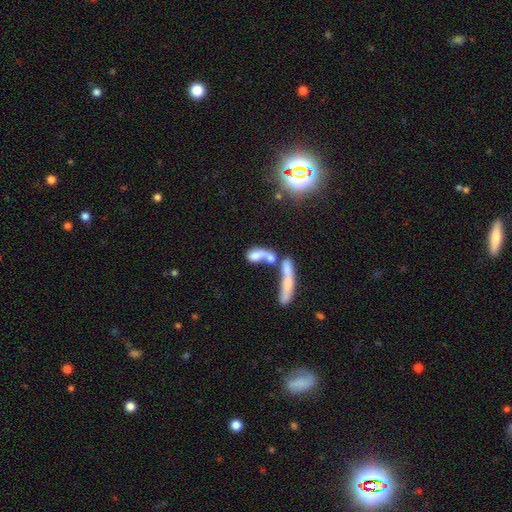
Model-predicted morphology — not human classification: A smooth galaxy with no disk features (56%) that is in between round and cigar-shaped (64%).

Vote fractions:
- Smooth or featured? smooth: 56% / featured or disk: 32% / star or artifact: 13%
- How rounded? in between: 64% / cigar-shaped: 24% / round: 13%
- Merging? merger: 63% / none: 17% / major disturbance: 13% / minor disturbance: 8%